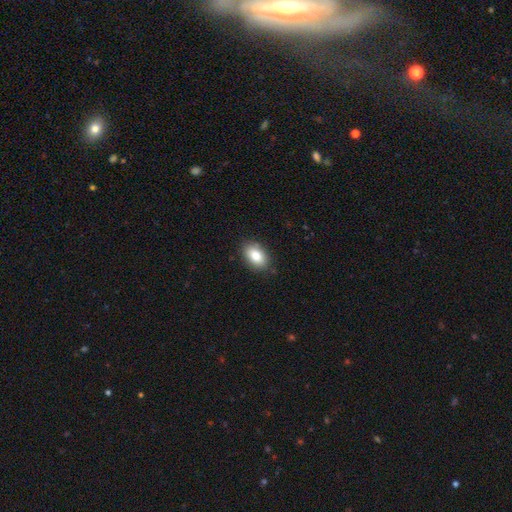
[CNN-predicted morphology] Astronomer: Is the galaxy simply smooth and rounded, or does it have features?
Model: smooth — 82%.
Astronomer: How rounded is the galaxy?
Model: in between — 88%.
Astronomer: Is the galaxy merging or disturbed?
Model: none — 86%.